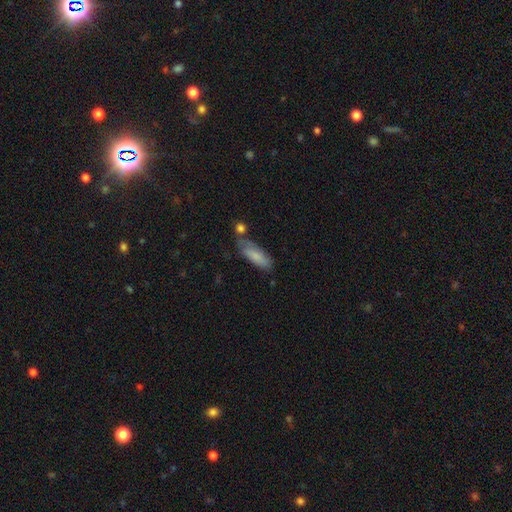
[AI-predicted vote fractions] smooth 79%, featured or disk 15%, star or artifact 6%. Down the decision tree: how rounded — in between (59%); merging — none (57%).